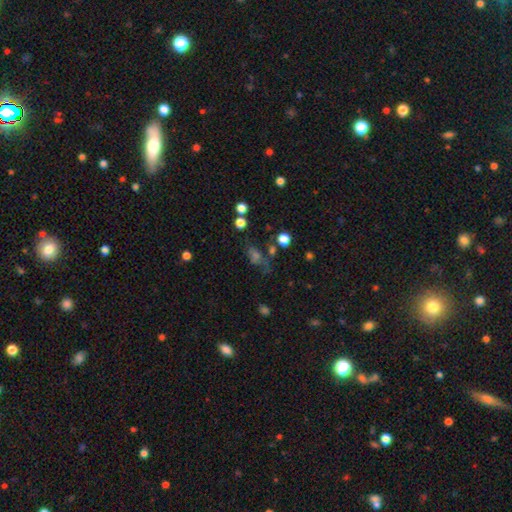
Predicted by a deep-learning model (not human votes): smooth 42%, star or artifact 37%, featured or disk 20%. Down the decision tree: merging — none (52%).